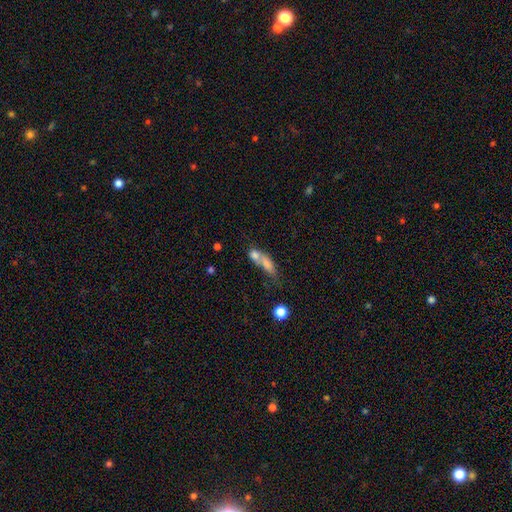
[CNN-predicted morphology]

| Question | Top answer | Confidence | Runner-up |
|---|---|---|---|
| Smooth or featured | smooth | 67% | featured or disk (22%) |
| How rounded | in between | 57% | cigar-shaped (26%) |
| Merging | merger | 63% | none (20%) |